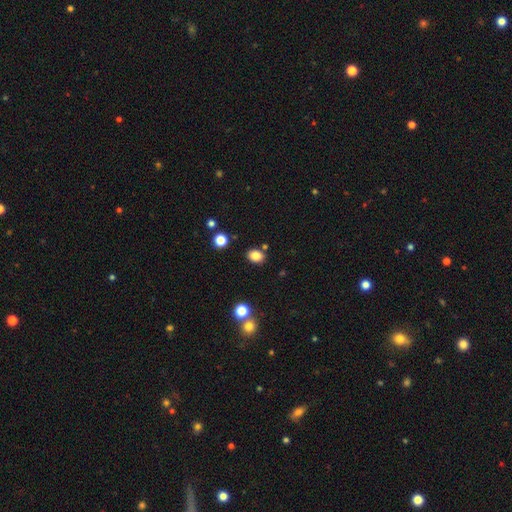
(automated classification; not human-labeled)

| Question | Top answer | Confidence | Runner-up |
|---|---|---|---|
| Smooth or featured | smooth | 83% | star or artifact (11%) |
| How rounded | in between | 58% | round (41%) |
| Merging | none | 82% | minor disturbance (10%) |